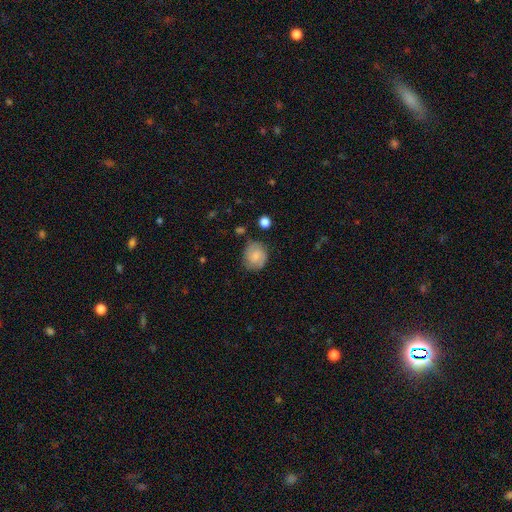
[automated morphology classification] Overall: smooth (52%; featured or disk 40%). How rounded: round (75%). Merging: none (75%).